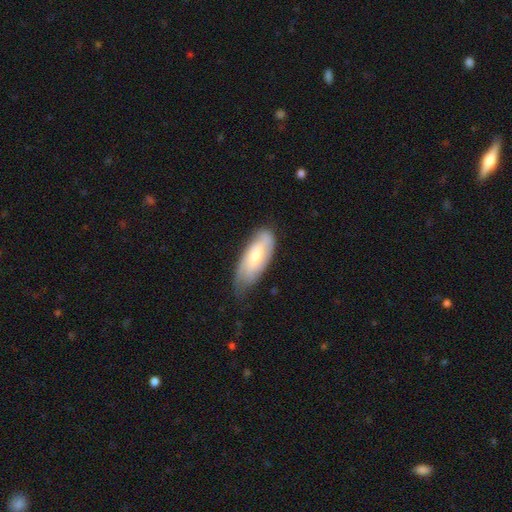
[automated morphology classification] smooth_or_featured: smooth (p=0.57) [alt: featured or disk p=0.37]
how_rounded: in between (p=0.78) [alt: cigar-shaped p=0.20]
merging: none (p=0.53) [alt: minor disturbance p=0.37]